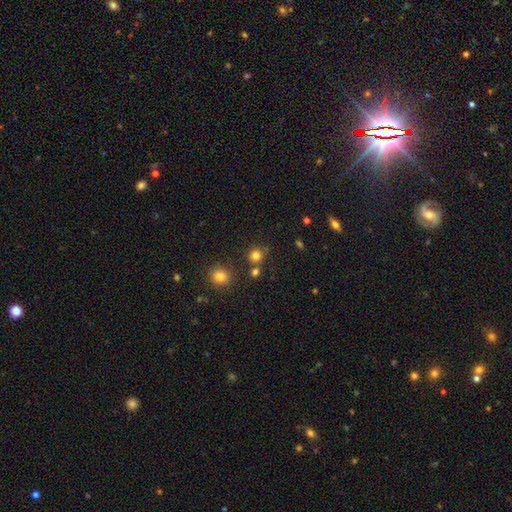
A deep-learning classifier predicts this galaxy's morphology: The model was most divided on "smooth or featured": smooth: 79%, star or artifact: 16%, featured or disk: 5%. More confident: how rounded — round (89%); merging — none (77%).